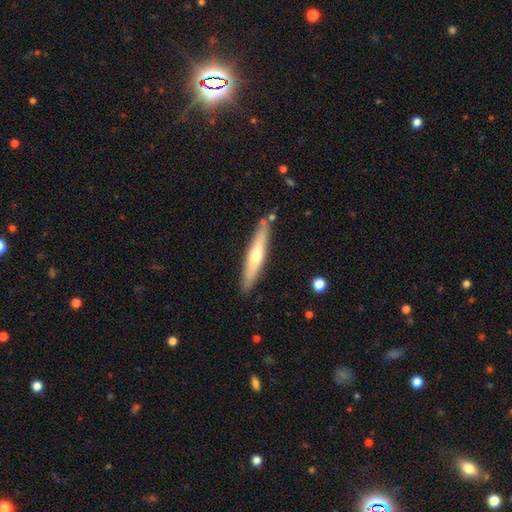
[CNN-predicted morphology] smooth-or-featured: featured or disk: 49% | smooth: 46% | star or artifact: 5%
  merging: none: 87% | minor disturbance: 9% | merger: 3% | major disturbance: 2%